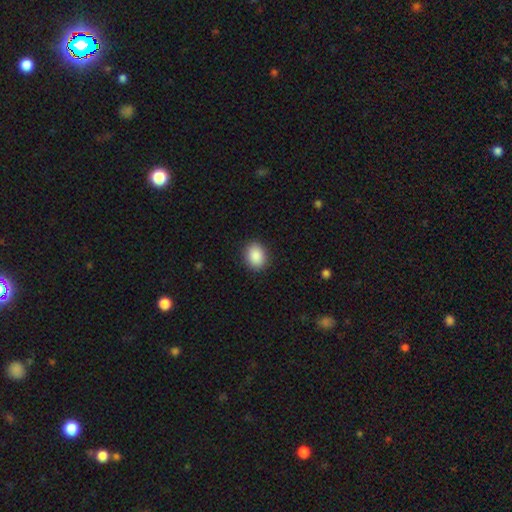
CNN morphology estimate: smooth_or_featured: smooth (p=0.89) [alt: star or artifact p=0.08]
how_rounded: in between (p=0.54) [alt: round p=0.45]
merging: none (p=0.90) [alt: minor disturbance p=0.07]